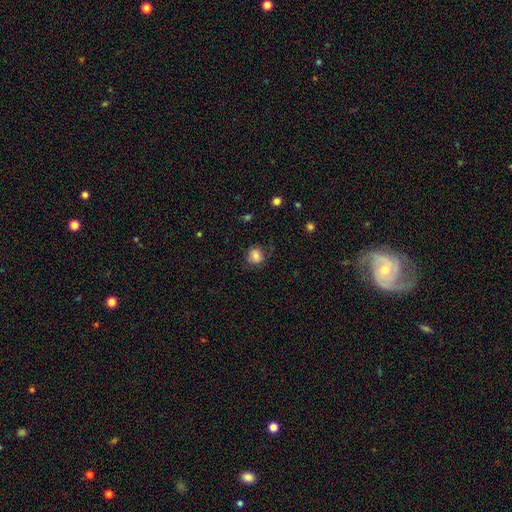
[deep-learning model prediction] Smooth or featured? Predicted: smooth (p=0.79). How rounded? Predicted: round (p=0.84). Merging? Predicted: none (p=0.74).